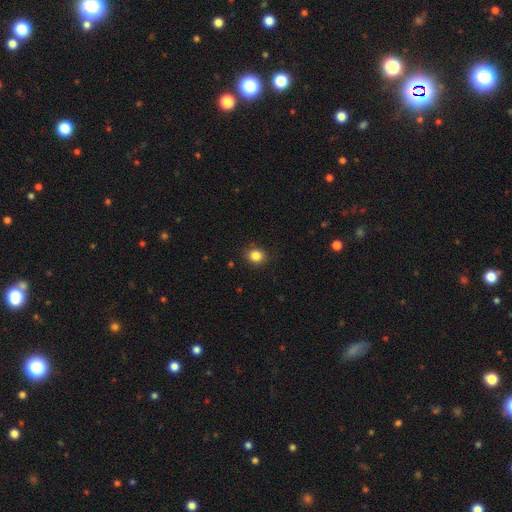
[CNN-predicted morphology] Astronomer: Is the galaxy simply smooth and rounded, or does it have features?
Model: smooth — 84%.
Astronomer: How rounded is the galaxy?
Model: round — 78%.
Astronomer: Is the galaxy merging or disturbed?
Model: none — 87%.